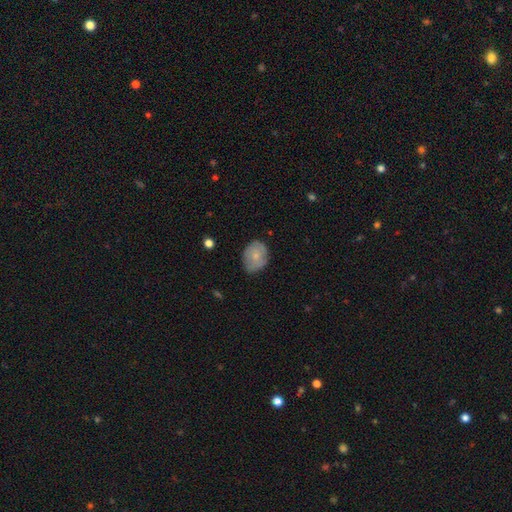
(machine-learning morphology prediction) type=smooth (67%); roundness=in between (55%); merging=none (65%).